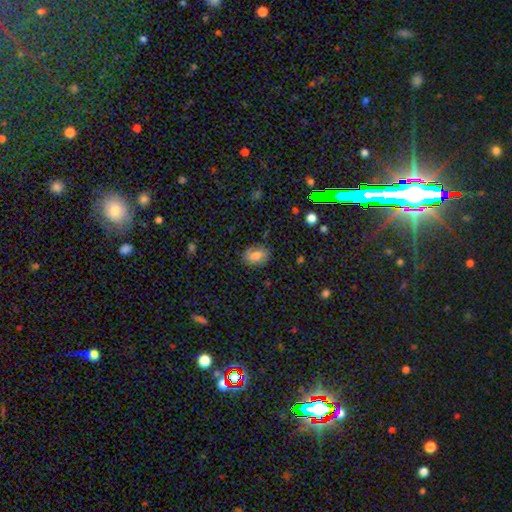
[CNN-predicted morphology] type=smooth (72%); roundness=in between (73%); merging=none (82%).